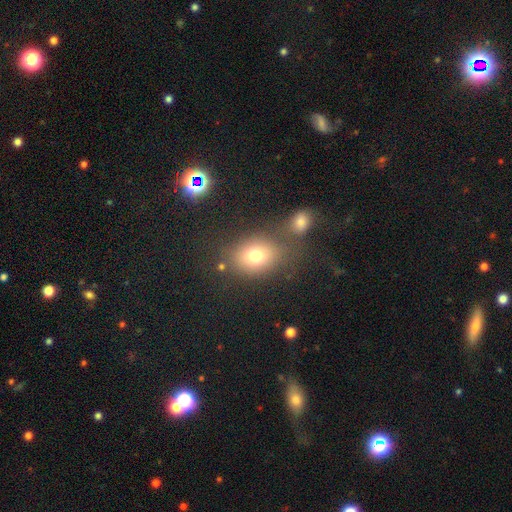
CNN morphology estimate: Smooth or featured?
  - smooth: 74% *
  - star or artifact: 14%
  - featured or disk: 12%
How rounded?
  - in between: 57% *
  - round: 42%
  - cigar-shaped: 1%
Merging?
  - none: 63% *
  - merger: 17%
  - minor disturbance: 13%
  - major disturbance: 6%